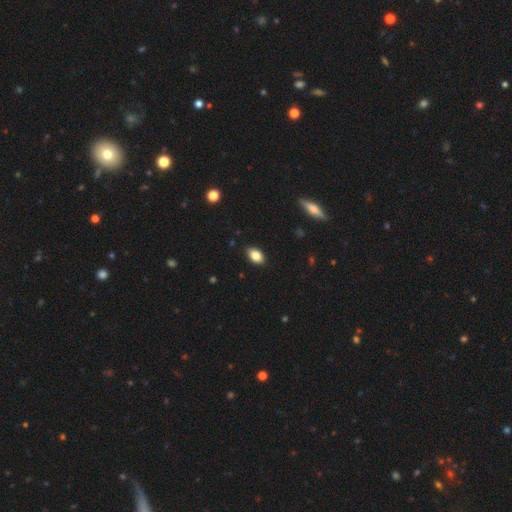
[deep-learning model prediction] smooth_or_featured: smooth (p=0.84) [alt: star or artifact p=0.08]
how_rounded: in between (p=0.89) [alt: round p=0.09]
merging: none (p=0.88) [alt: minor disturbance p=0.09]